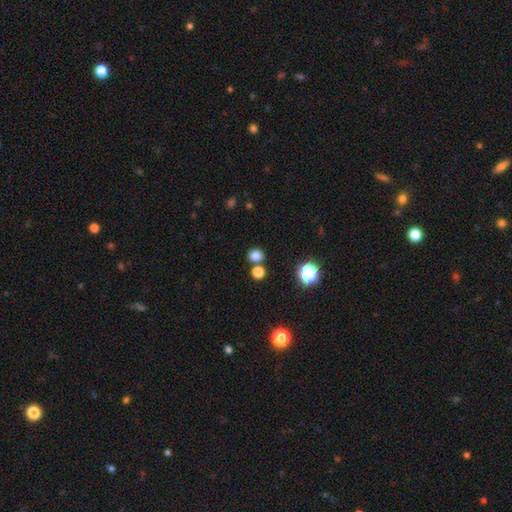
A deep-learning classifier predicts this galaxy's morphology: Smooth or featured?
  - smooth: 78% *
  - star or artifact: 16%
  - featured or disk: 5%
How rounded?
  - round: 81% *
  - in between: 18%
  - cigar-shaped: 1%
Merging?
  - none: 72% *
  - merger: 17%
  - minor disturbance: 8%
  - major disturbance: 3%